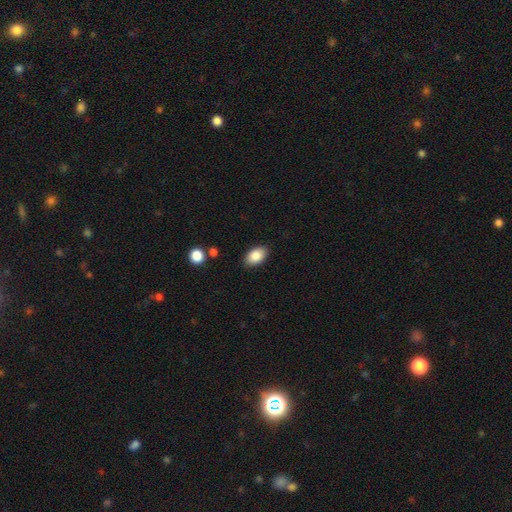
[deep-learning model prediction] Q: Smooth or featured?
A: smooth (87%); runner-up: star or artifact (7%)
Q: How rounded?
A: in between (91%); runner-up: round (8%)
Q: Merging?
A: none (86%); runner-up: minor disturbance (10%)